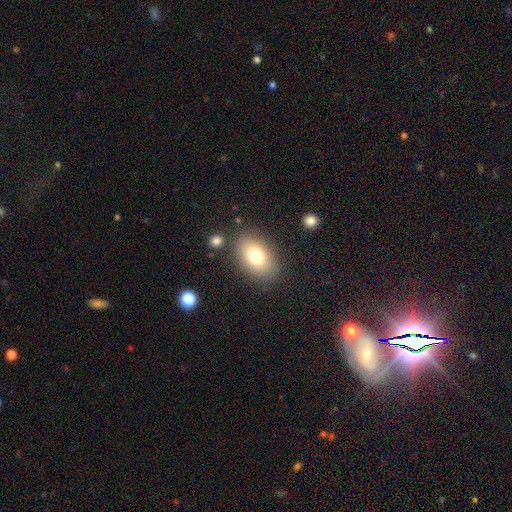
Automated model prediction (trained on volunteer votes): smooth-or-featured: smooth: 76% | featured or disk: 14% | star or artifact: 9%
  how-rounded: in between: 86% | round: 13% | cigar-shaped: 1%
  merging: none: 82% | minor disturbance: 11% | major disturbance: 4% | merger: 3%